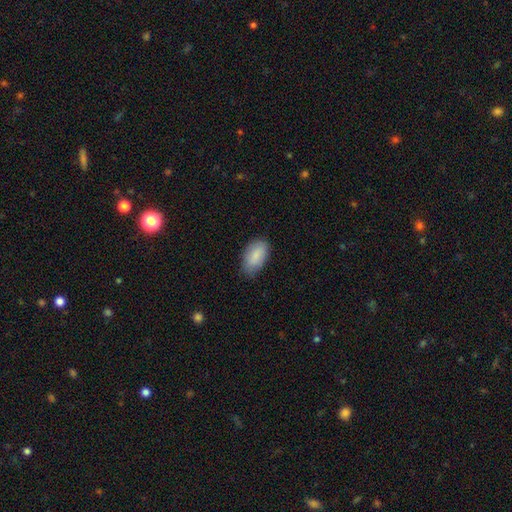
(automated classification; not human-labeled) Morphology: type=smooth (88%); roundness=in between (94%); merging=none (78%).